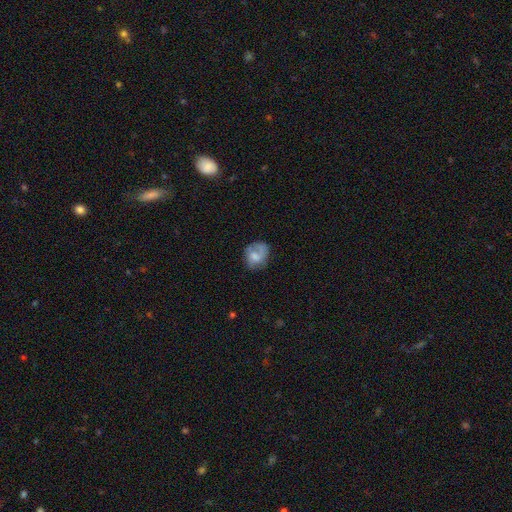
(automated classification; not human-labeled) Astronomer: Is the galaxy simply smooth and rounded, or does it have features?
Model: smooth — 54% (runner-up: featured or disk, 37%).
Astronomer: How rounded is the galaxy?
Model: round — 52% (runner-up: in between, 47%).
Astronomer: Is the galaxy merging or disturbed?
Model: none — 50% (runner-up: minor disturbance, 28%).